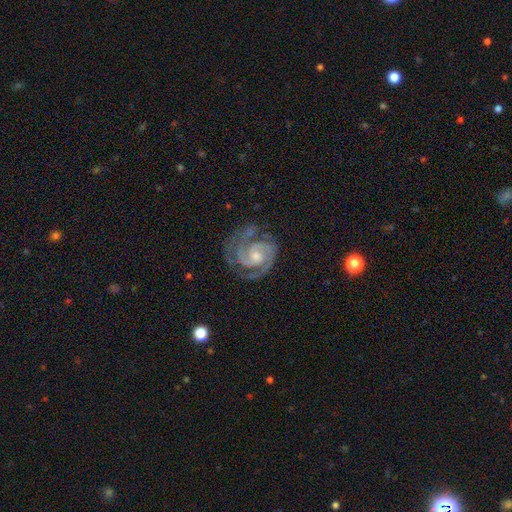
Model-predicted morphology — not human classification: Q: Smooth or featured?
A: featured or disk (92%); runner-up: star or artifact (4%)
Q: Edge-on disk?
A: no (98%); runner-up: yes (2%)
Q: Bar?
A: no (57%); runner-up: weak (34%)
Q: Spiral arms?
A: yes (99%); runner-up: no (1%)
Q: Spiral winding?
A: tight (63%); runner-up: medium (34%)
Q: Spiral arm count?
A: 2 (76%); runner-up: 3 (14%)
Q: Bulge size?
A: small (47%); runner-up: moderate (44%)
Q: Merging?
A: none (73%); runner-up: minor disturbance (18%)